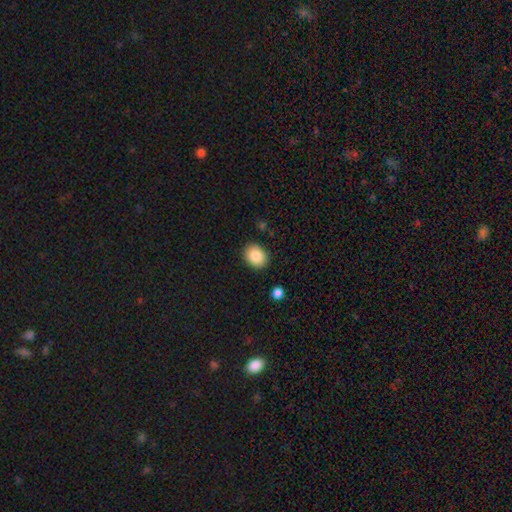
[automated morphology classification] type=smooth (87%); roundness=in between (55%); merging=none (88%).